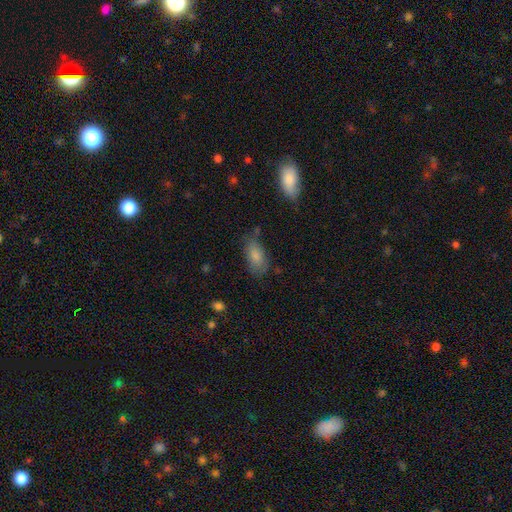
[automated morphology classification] Smooth or featured? Predicted: smooth (p=0.83). How rounded? Predicted: in between (p=0.90). Merging? Predicted: none (p=0.67).